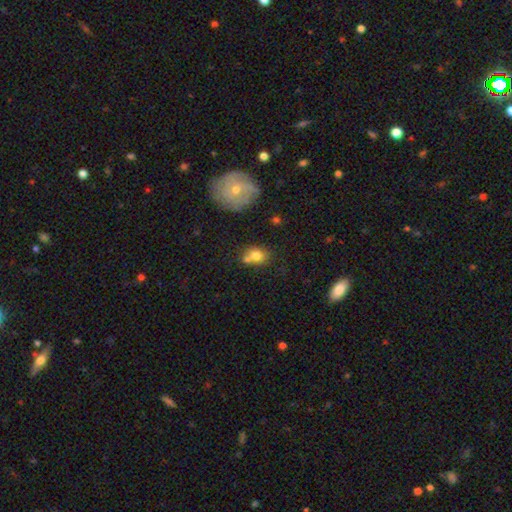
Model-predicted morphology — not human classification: A smooth galaxy with no disk features (75%) that is in between round and cigar-shaped (54%).

Vote fractions:
- Smooth or featured? smooth: 75% / featured or disk: 15% / star or artifact: 10%
- How rounded? in between: 54% / round: 45% / cigar-shaped: 2%
- Merging? merger: 40% (tied) / none: 40% (tied) / minor disturbance: 15% / major disturbance: 5%